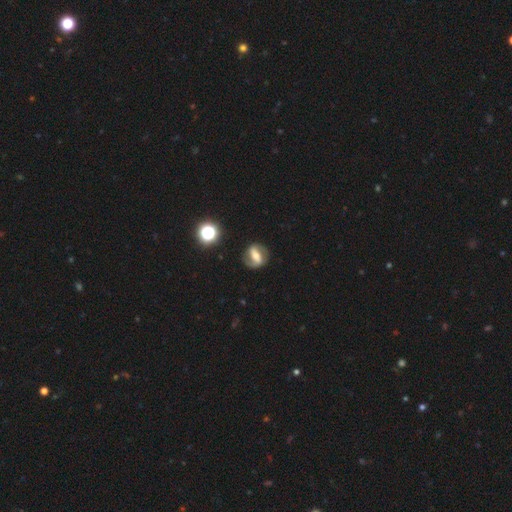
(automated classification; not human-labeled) smooth-or-featured: featured or disk: 71% | smooth: 21% | star or artifact: 8%
  disk-edge-on: no: 93% | yes: 7%
    bar: strong: 62% | weak: 26% | no: 12%
    has-spiral-arms: yes: 81% | no: 19%
      spiral-winding: medium: 44% | tight: 29% | loose: 28%
      spiral-arm-count: 2: 85% | can't tell: 7% | 1: 5% | 3: 1% | 4: 1% | more than 4: 1%
    bulge-size: moderate: 55% | small: 28% | large: 11% | none: 4% | dominant: 2%
  merging: none: 80% | minor disturbance: 13% | major disturbance: 5% | merger: 2%